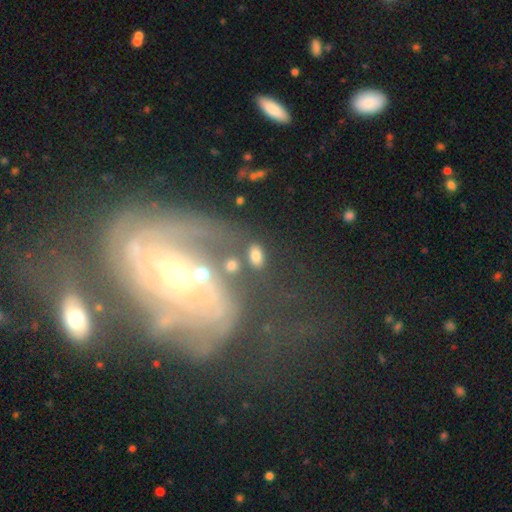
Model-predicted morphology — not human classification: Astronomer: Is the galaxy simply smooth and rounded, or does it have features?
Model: smooth — 75%.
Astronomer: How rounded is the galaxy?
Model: in between — 87%.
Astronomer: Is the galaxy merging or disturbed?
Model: none — 76%.